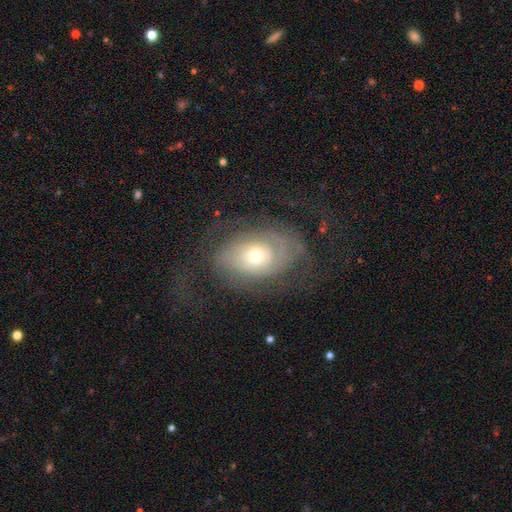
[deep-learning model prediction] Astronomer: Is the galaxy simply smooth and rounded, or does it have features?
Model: featured or disk — 66%.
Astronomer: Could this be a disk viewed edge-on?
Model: no — 94%.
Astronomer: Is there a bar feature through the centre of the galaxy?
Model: no — 83%.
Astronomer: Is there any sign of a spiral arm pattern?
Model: yes — 73%.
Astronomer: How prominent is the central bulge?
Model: moderate — 50% (runner-up: small, 41%).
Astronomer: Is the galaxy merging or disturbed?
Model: none — 54%.